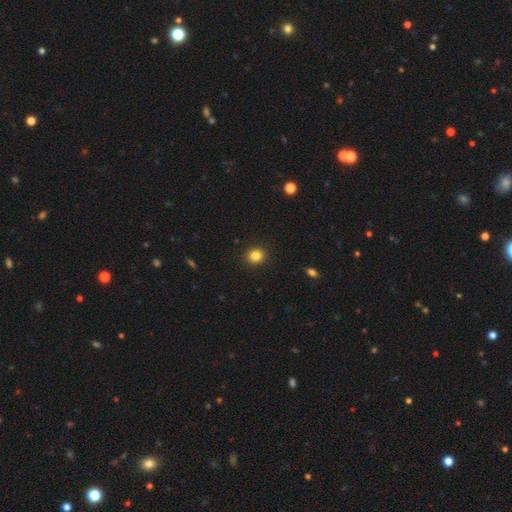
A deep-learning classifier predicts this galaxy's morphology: Smooth or featured: smooth — 84% (star or artifact — 11%)
How rounded: round — 79% (in between — 20%)
Merging: none — 91% (minor disturbance — 6%)